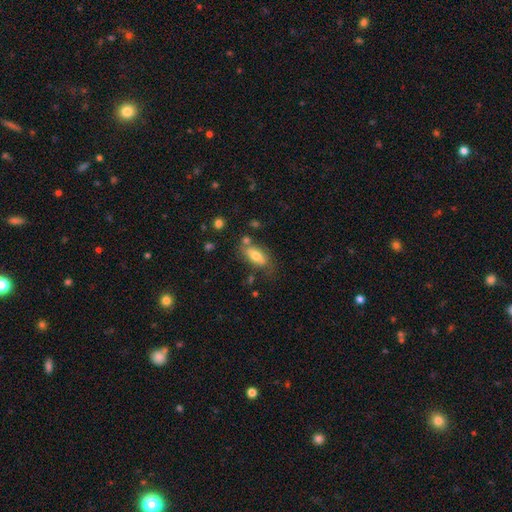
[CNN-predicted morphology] A smooth galaxy with no disk features (69%) that is in between round and cigar-shaped (84%).

Vote fractions:
- Smooth or featured? smooth: 69% / featured or disk: 24% / star or artifact: 7%
- How rounded? in between: 84% / cigar-shaped: 13% / round: 4%
- Merging? none: 61% / minor disturbance: 21% / merger: 11% / major disturbance: 8%